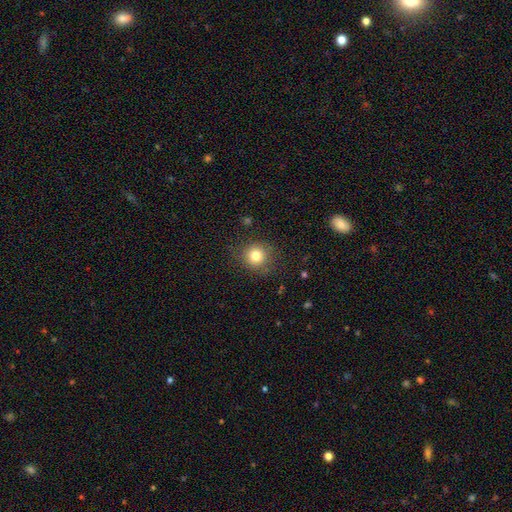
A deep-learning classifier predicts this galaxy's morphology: Overall: smooth (80%). How rounded: round (89%). Merging: none (84%).